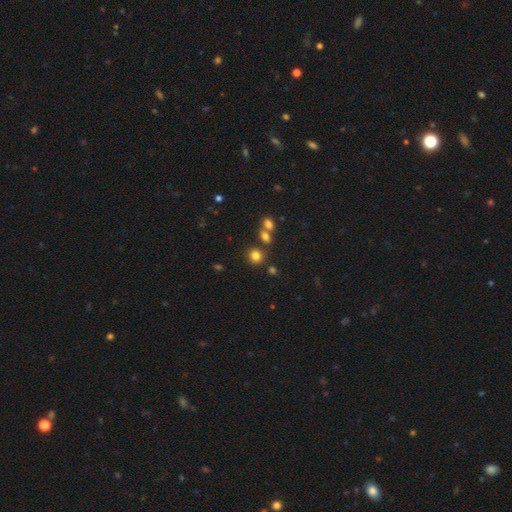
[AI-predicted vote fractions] A smooth galaxy with no disk features (78%) that is round (84%). Merging: none (73%).